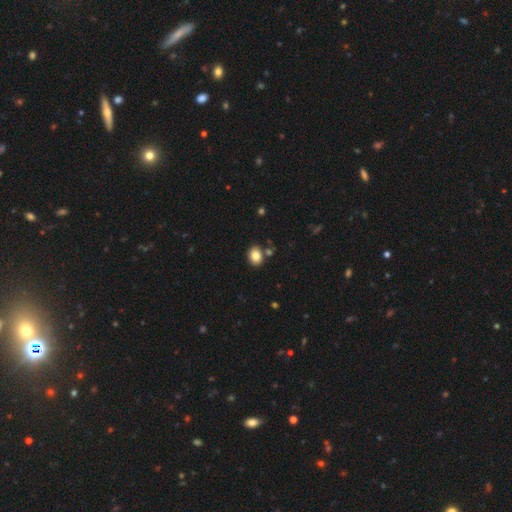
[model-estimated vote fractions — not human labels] The model was most divided on "how rounded": in between: 53%, round: 46%, cigar-shaped: 1%. More confident: smooth or featured — smooth (83%); merging — none (80%).